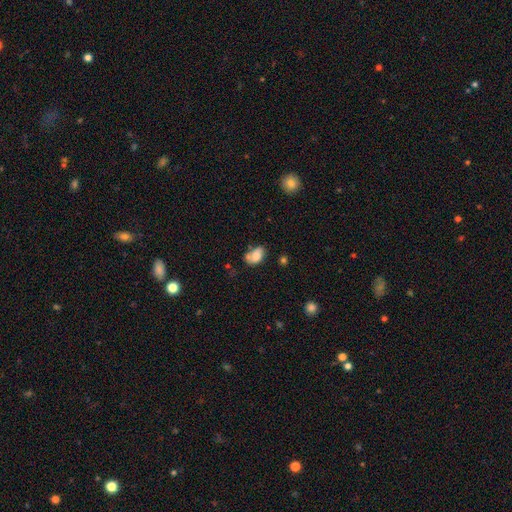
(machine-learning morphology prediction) A smooth galaxy with no disk features (74%) that is in between round and cigar-shaped (86%). Merging: none (37%).